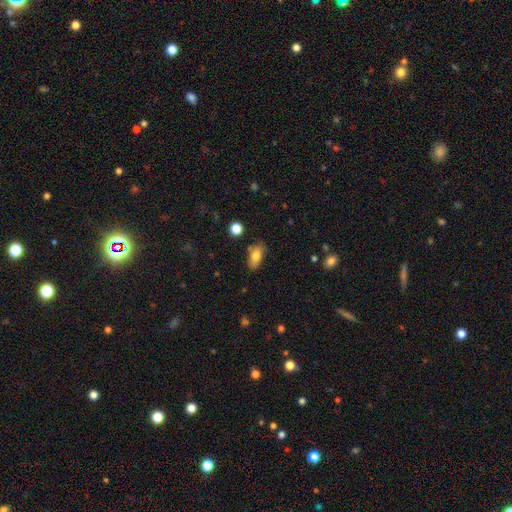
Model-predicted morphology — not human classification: A smooth galaxy with no disk features (77%) that is in between round and cigar-shaped (87%).

Vote fractions:
- Smooth or featured? smooth: 77% / featured or disk: 15% / star or artifact: 8%
- How rounded? in between: 87% / cigar-shaped: 8% / round: 5%
- Merging? none: 76% / minor disturbance: 16% / merger: 5% / major disturbance: 3%